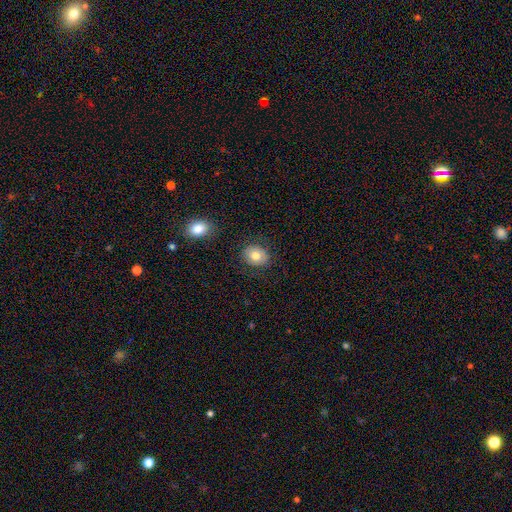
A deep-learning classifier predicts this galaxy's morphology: smooth_or_featured: smooth (p=0.78) [alt: featured or disk p=0.13]
how_rounded: round (p=0.54) [alt: in between p=0.46]
merging: none (p=0.85) [alt: minor disturbance p=0.10]